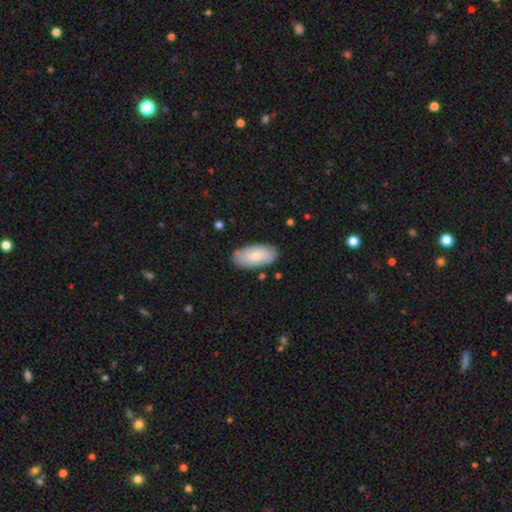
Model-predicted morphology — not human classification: smooth_or_featured: smooth (p=0.75) [alt: featured or disk p=0.20]
how_rounded: in between (p=0.94) [alt: cigar-shaped p=0.04]
merging: none (p=0.82) [alt: minor disturbance p=0.13]